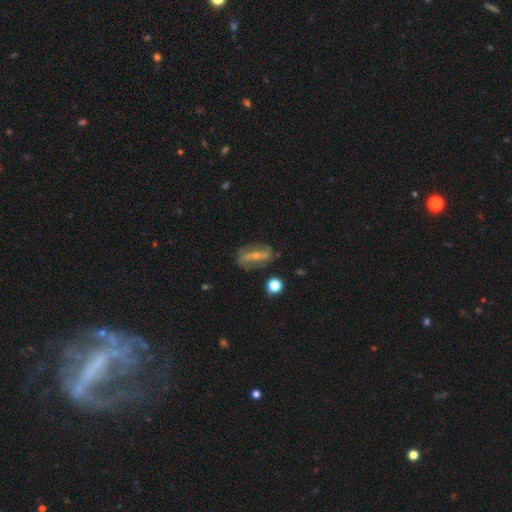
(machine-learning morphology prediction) Overall: featured or disk (67%). Edge-on disk: no (82%). Bar: strong (49%; weak 26%). Spiral arms: yes (65%; no 35%). Bulge size: small (64%; moderate 29%). Merging: none (68%).